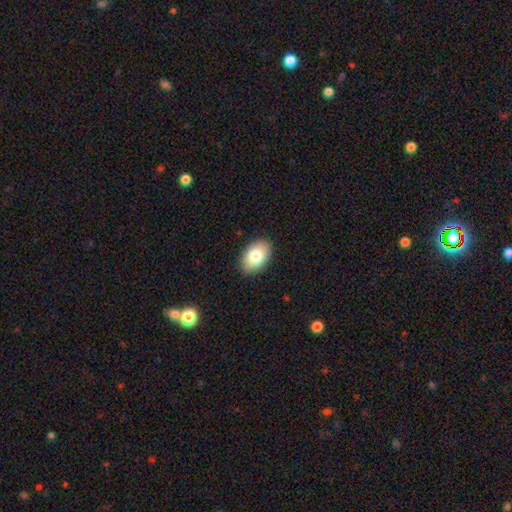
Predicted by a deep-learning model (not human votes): Smooth or featured? Predicted: smooth (p=0.81). How rounded? Predicted: in between (p=0.90). Merging? Predicted: none (p=0.89).